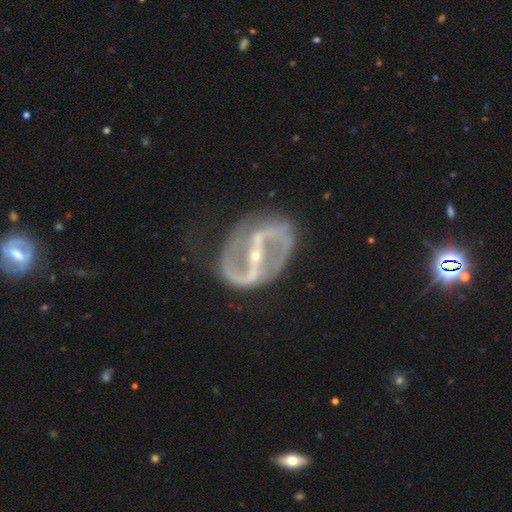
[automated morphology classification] The model was most divided on "spiral winding": medium: 49%, loose: 32%, tight: 20%. More confident: edge-on disk — no (96%); spiral arms — yes (91%); smooth or featured — featured or disk (91%); spiral arm count — 2 (91%); bar — strong (80%); bulge size — small (80%); merging — none (67%).